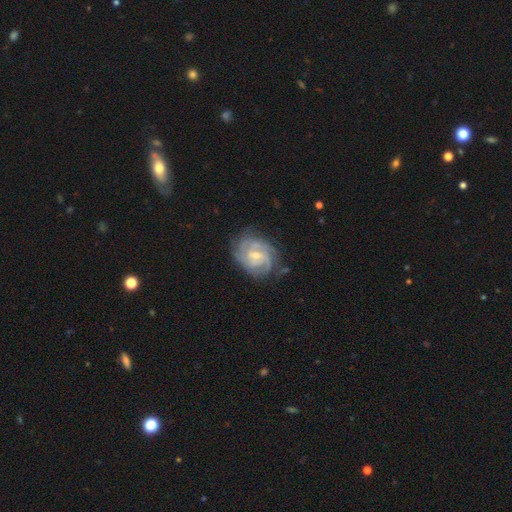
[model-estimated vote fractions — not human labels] featured or disk 87%, smooth 7%, star or artifact 5%. Down the decision tree: edge-on disk — no (98%); bar — weak (48%); spiral arms — yes (97%); spiral arm count — 3 (31%); spiral winding — tight (63%); bulge size — small (59%); merging — none (72%).